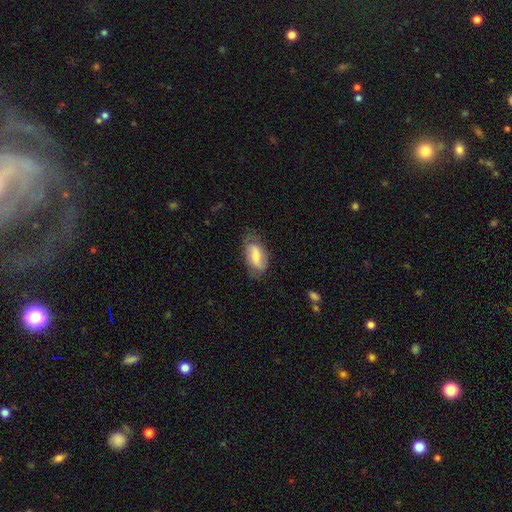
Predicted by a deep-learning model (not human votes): Smooth or featured: smooth — 57% (featured or disk — 36%)
How rounded: in between — 90% (cigar-shaped — 7%)
Merging: none — 68% (minor disturbance — 24%)